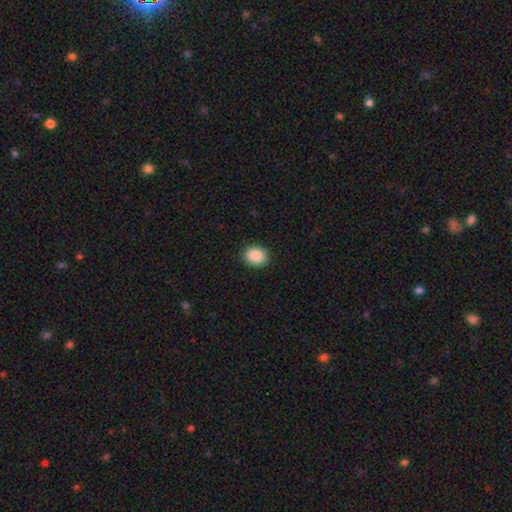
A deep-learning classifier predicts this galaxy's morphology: smooth_or_featured: smooth (p=0.89) [alt: star or artifact p=0.08]
how_rounded: round (p=0.62) [alt: in between p=0.38]
merging: none (p=0.91) [alt: minor disturbance p=0.07]